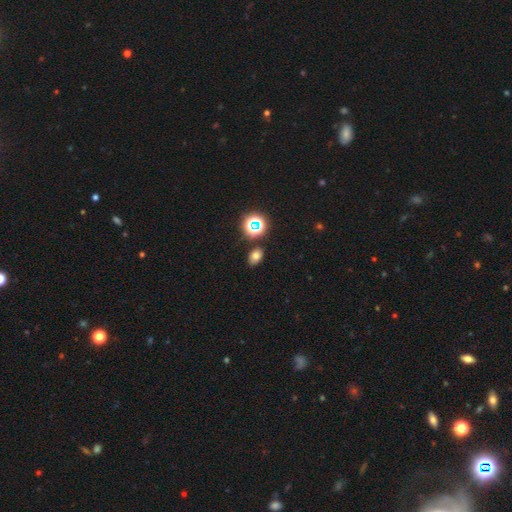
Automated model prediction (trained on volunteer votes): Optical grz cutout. It shows a smooth galaxy with no disk features (69%) that is in between round and cigar-shaped (79%). Merging: none (83%).